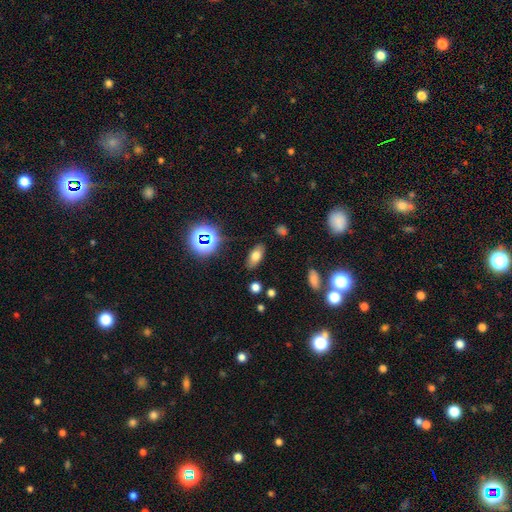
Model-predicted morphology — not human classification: Overall: smooth (67%). How rounded: in between (85%). Merging: none (84%).